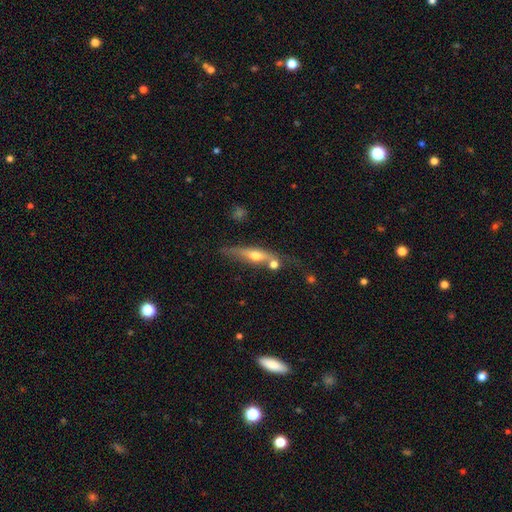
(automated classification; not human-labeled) smooth-or-featured: featured or disk: 52% | smooth: 41% | star or artifact: 7%
  disk-edge-on: yes: 83% | no: 17%
  merging: none: 54% | minor disturbance: 19% | merger: 19% | major disturbance: 9%